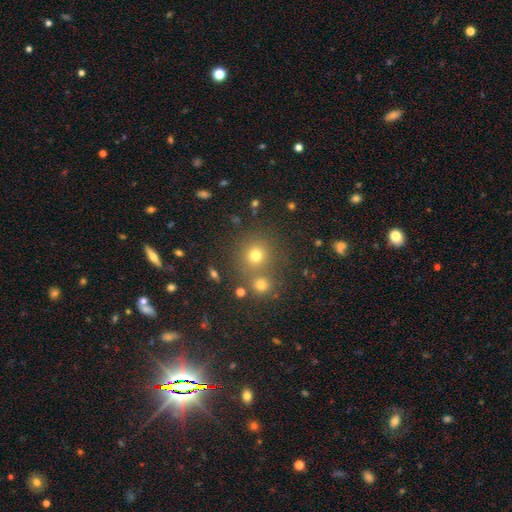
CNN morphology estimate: Smooth or featured?
  - smooth: 72% *
  - star or artifact: 20%
  - featured or disk: 8%
How rounded?
  - round: 91% *
  - in between: 8%
  - cigar-shaped: 1%
Merging?
  - none: 70% *
  - merger: 19%
  - minor disturbance: 7%
  - major disturbance: 3%